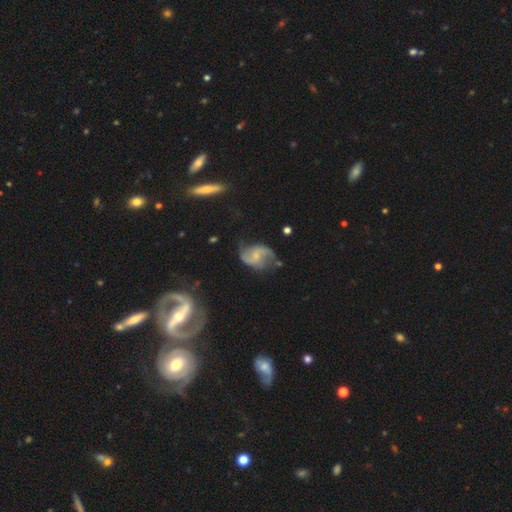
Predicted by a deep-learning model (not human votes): A featured or disk galaxy (81%) with no bar (50%), 2 (90%) loose (57%) spiral arms (95%) and a small central bulge (61%). Merging: none (63%).